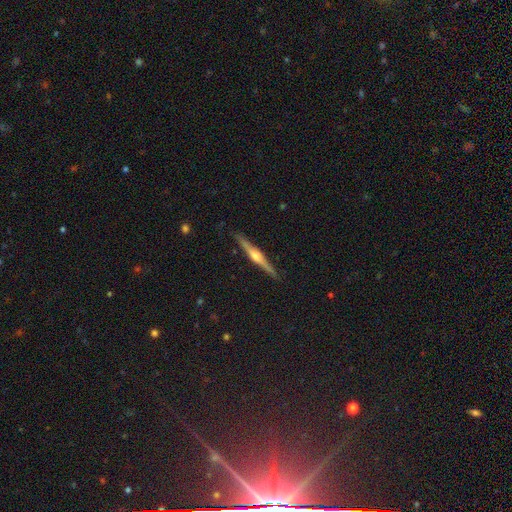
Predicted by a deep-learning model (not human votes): Smooth or featured? featured or disk (82%)
Edge-on disk? yes (98%)
Edge-on bulge? rounded (90%)
Merging? none (91%)